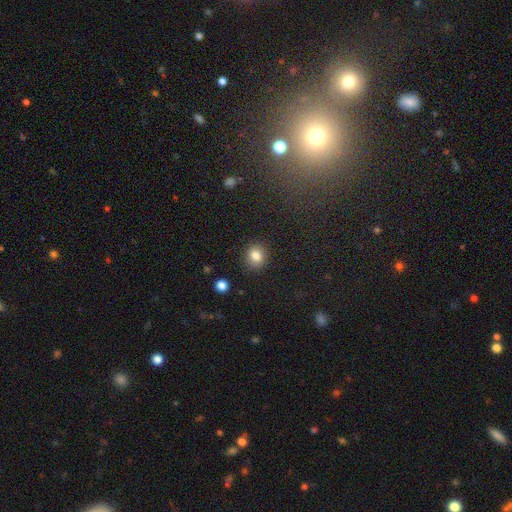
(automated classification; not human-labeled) smooth_or_featured: smooth (p=0.83) [alt: star or artifact p=0.11]
how_rounded: round (p=0.78) [alt: in between p=0.21]
merging: none (p=0.88) [alt: minor disturbance p=0.08]